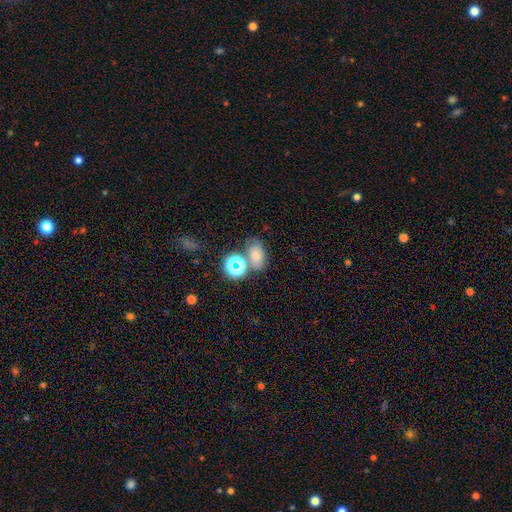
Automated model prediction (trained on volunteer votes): Morphology: type=smooth (47%); merging=none (60%).